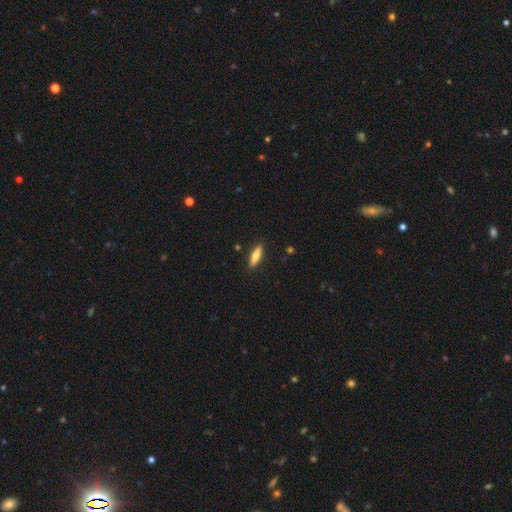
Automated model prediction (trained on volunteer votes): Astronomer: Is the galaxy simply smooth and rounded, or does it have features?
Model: smooth — 69%.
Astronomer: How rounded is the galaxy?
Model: cigar-shaped — 63%.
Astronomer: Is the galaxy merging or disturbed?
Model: none — 88%.